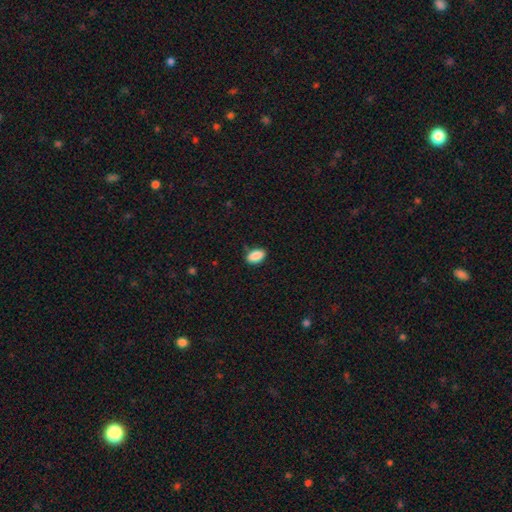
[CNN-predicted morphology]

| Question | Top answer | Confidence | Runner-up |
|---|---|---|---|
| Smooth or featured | smooth | 88% | star or artifact (7%) |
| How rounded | in between | 92% | round (5%) |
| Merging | none | 84% | minor disturbance (12%) |